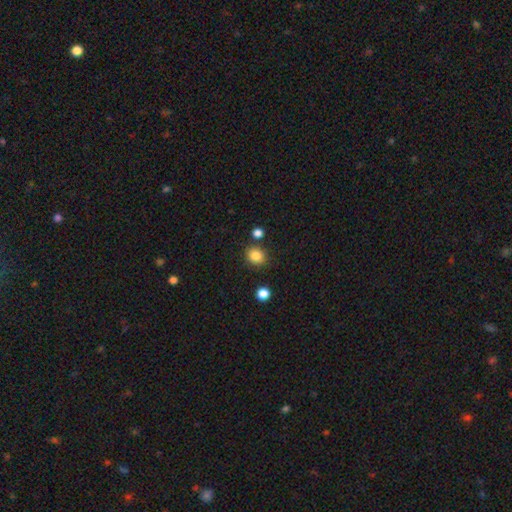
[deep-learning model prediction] A smooth galaxy with no disk features (85%) that is round (79%). Merging: none (82%).